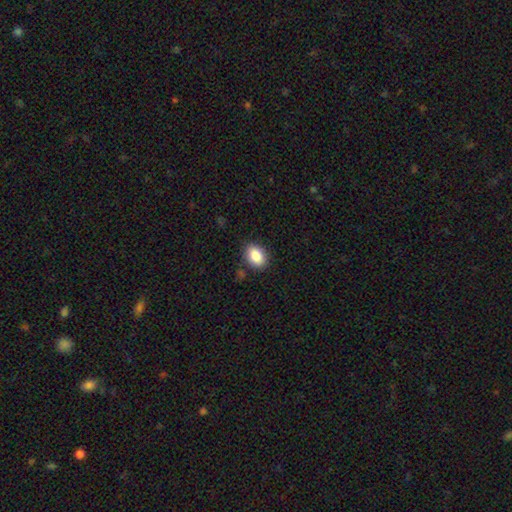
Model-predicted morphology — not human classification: smooth 87%, star or artifact 8%, featured or disk 5%. Down the decision tree: how rounded — in between (79%); merging — none (83%).